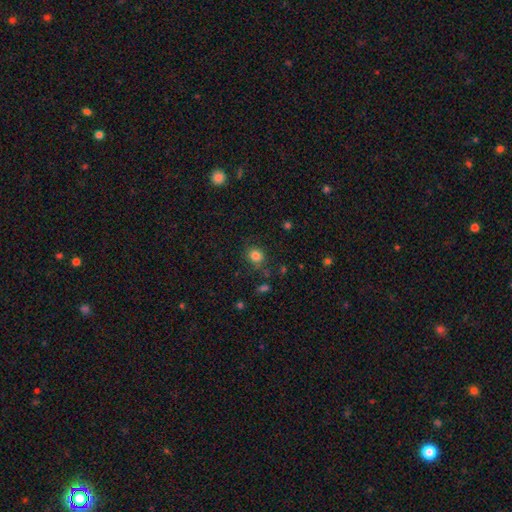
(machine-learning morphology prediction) smooth 82%, star or artifact 12%, featured or disk 6%. Down the decision tree: how rounded — round (80%); merging — none (78%).